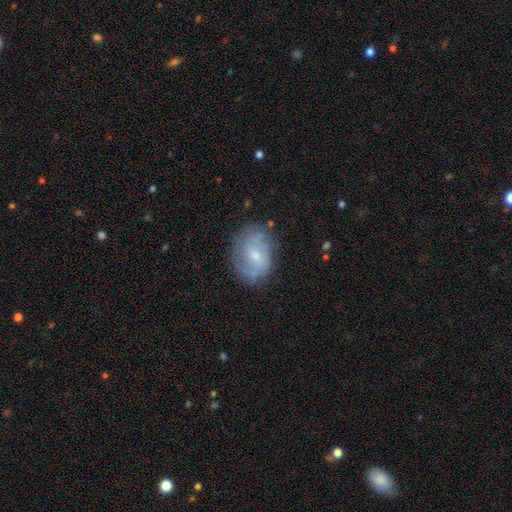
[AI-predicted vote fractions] Morphology: type=featured or disk (63%); edge-on=no (97%); bar=weak (51%); spiral arms=yes (83%); winding=medium (43%); arm count=2 (62%); bulge=small (64%); merging=none (73%).